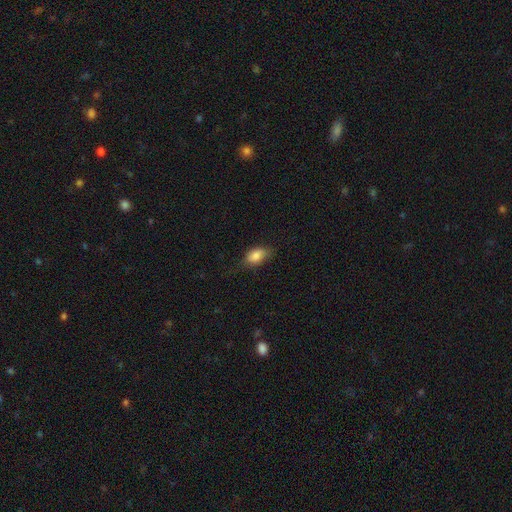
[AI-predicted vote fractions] This is clearly a smooth galaxy (83%). How rounded: clearly in between (86%). Merging: likely none (64%).